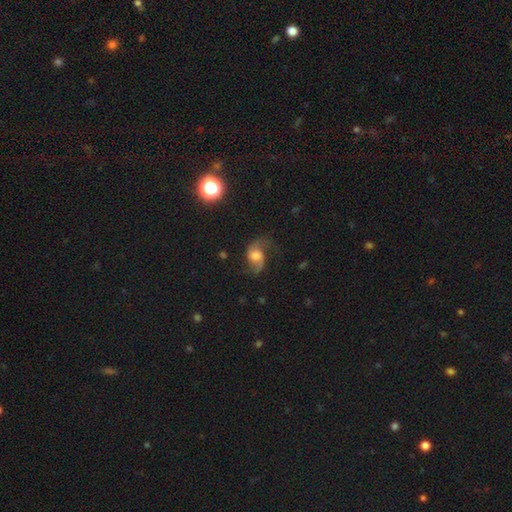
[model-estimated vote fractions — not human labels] A featured or disk galaxy (69%) with no bar (58%), 2 (86%) loose (66%) spiral arms (93%) and a moderate central bulge (46%). Merging: none (56%).